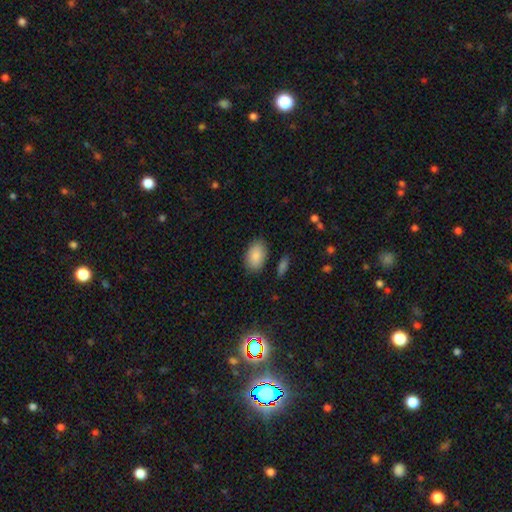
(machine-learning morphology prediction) smooth-or-featured: smooth: 87% | star or artifact: 7% | featured or disk: 6%
  how-rounded: in between: 90% | round: 9% | cigar-shaped: 1%
  merging: none: 82% | minor disturbance: 13% | major disturbance: 3% | merger: 2%